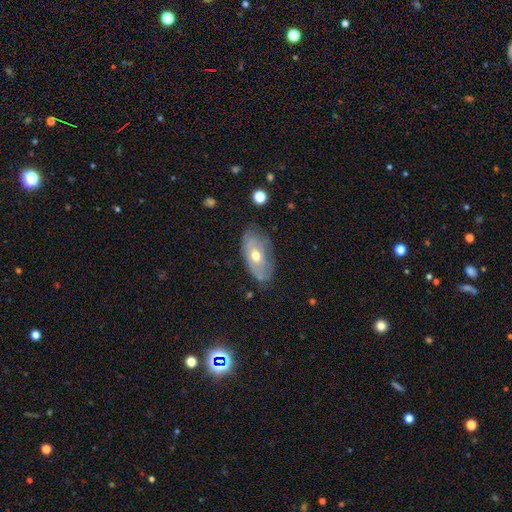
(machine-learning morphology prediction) A featured or disk galaxy (48%). Merging: none (64%).